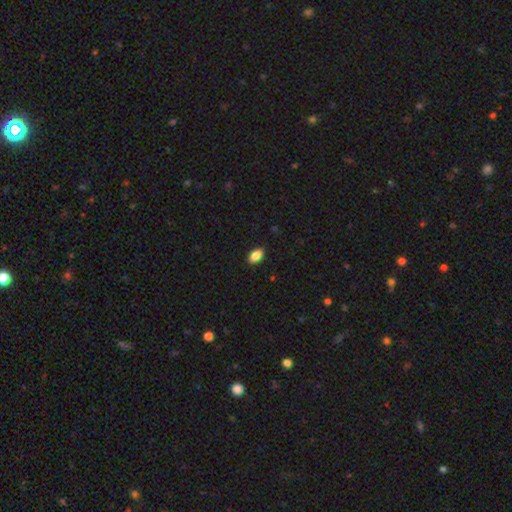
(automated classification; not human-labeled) A smooth galaxy with no disk features (87%) that is in between round and cigar-shaped (90%). Merging: none (89%).